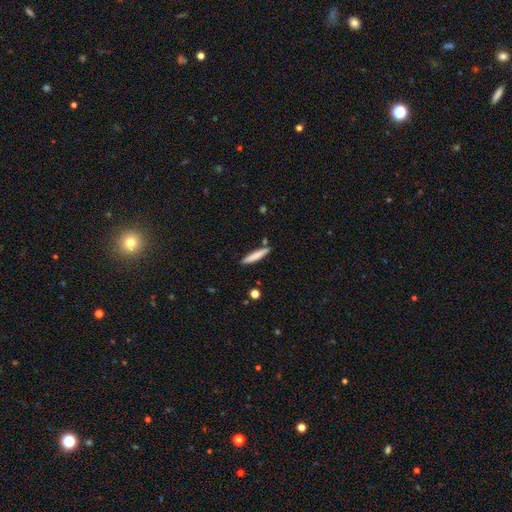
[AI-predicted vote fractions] Smooth or featured? smooth (77%)
How rounded? cigar-shaped (91%)
Merging? none (83%)